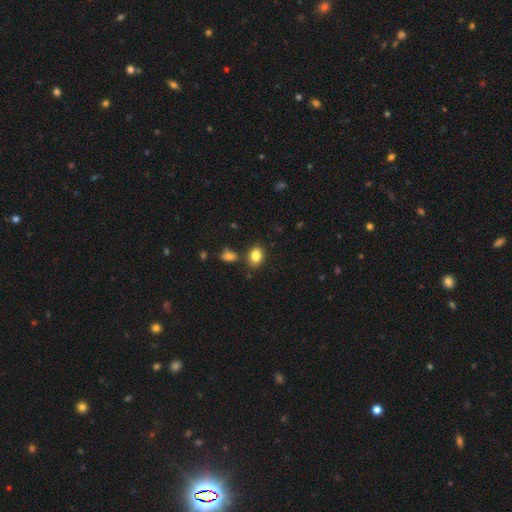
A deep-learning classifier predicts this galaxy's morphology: type=smooth (85%); roundness=in between (67%); merging=none (78%).